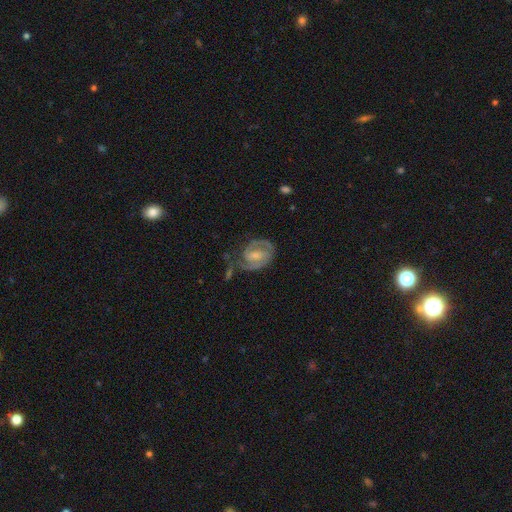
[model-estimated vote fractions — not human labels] Smooth or featured: featured or disk — 78% (smooth — 16%)
Edge-on disk: no — 97% (yes — 3%)
Bar: weak — 50% (no — 26%)
Spiral arms: yes — 89% (no — 11%)
Spiral winding: tight — 45% (medium — 42%)
Spiral arm count: 2 — 69% (1 — 14%)
Bulge size: small — 43% (moderate — 36%)
Merging: none — 51% (minor disturbance — 24%)